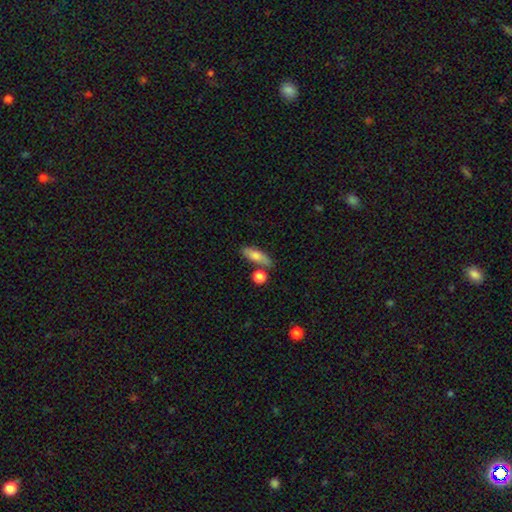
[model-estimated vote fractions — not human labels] Smooth or featured?
  - smooth: 75% *
  - featured or disk: 18%
  - star or artifact: 7%
How rounded?
  - in between: 56% *
  - cigar-shaped: 39%
  - round: 5%
Merging?
  - none: 70% *
  - minor disturbance: 14%
  - merger: 12%
  - major disturbance: 4%